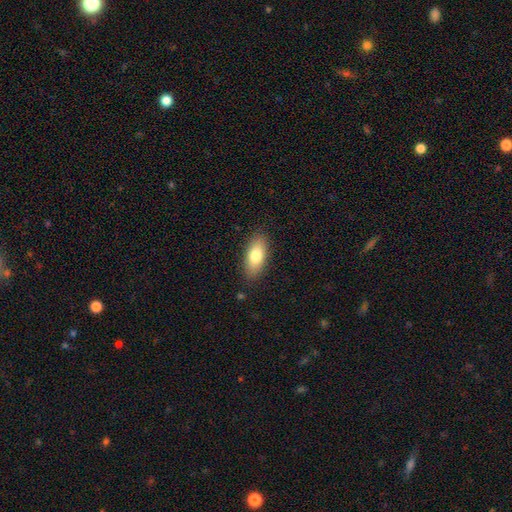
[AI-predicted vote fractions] This appears to be a smooth galaxy with no disk features (78%) that is in between round and cigar-shaped (82%). Merging: none (87%).